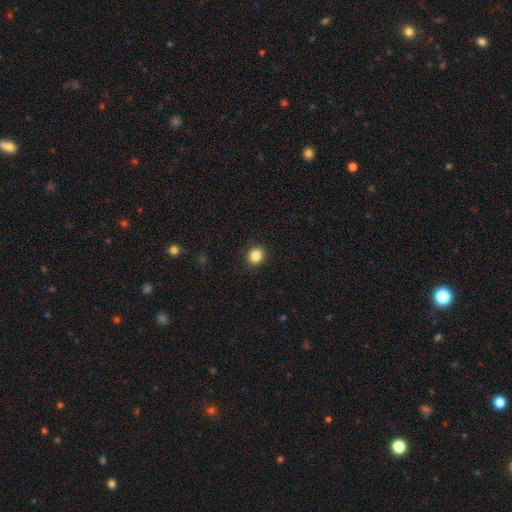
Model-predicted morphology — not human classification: Q: Smooth or featured?
A: smooth (85%); runner-up: star or artifact (10%)
Q: How rounded?
A: round (79%); runner-up: in between (21%)
Q: Merging?
A: none (92%); runner-up: minor disturbance (5%)